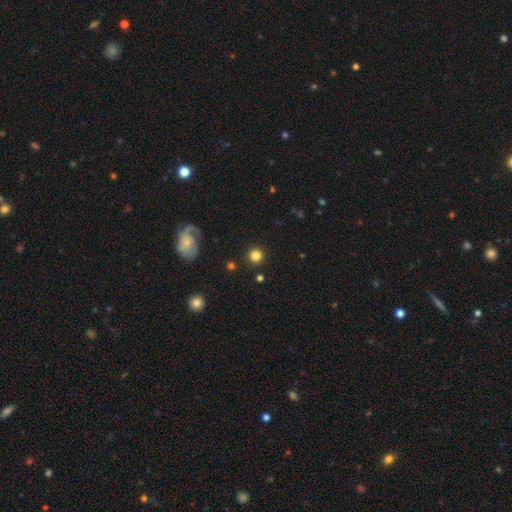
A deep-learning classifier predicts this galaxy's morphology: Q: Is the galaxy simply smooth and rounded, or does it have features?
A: smooth — 82%.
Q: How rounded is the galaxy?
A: round — 94%.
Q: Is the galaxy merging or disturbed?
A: none — 89%.